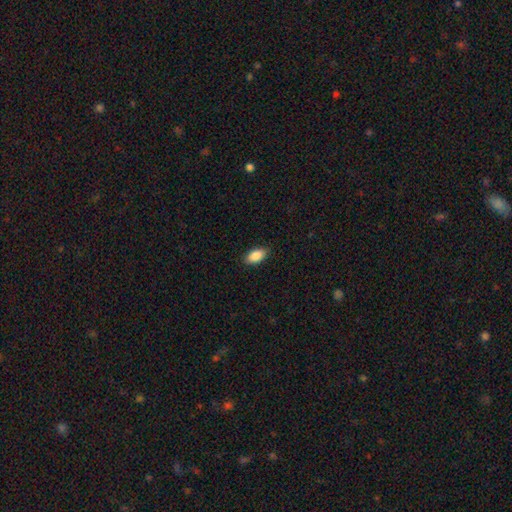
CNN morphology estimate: Smooth or featured?
  - smooth: 88% *
  - star or artifact: 7%
  - featured or disk: 5%
How rounded?
  - in between: 92% *
  - cigar-shaped: 5%
  - round: 3%
Merging?
  - none: 88% *
  - minor disturbance: 9%
  - major disturbance: 2%
  - merger: 1%